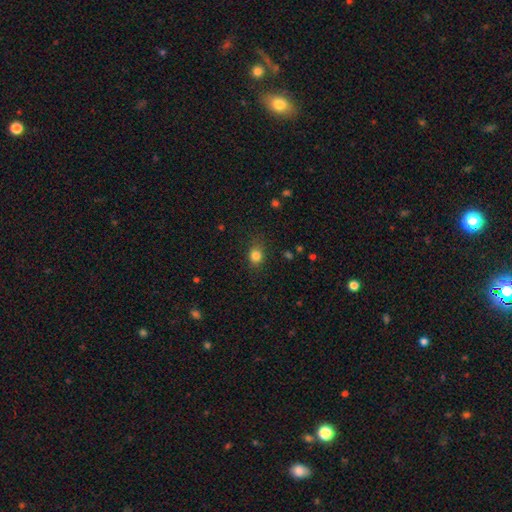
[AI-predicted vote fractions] The model was most divided on "how rounded": round: 63%, in between: 36%, cigar-shaped: 1%. More confident: smooth or featured — smooth (81%); merging — none (81%).